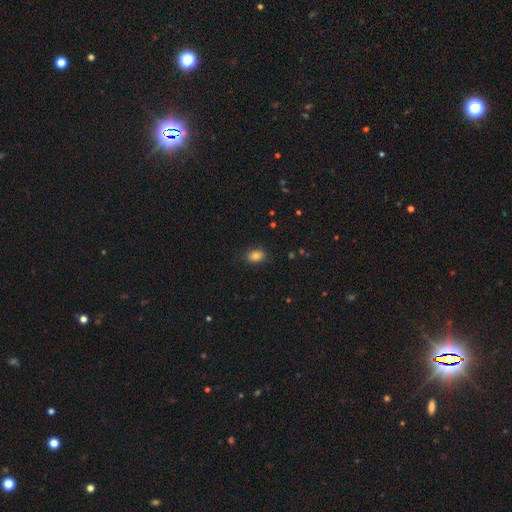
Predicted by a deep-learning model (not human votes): A smooth galaxy with no disk features (83%) that is in between round and cigar-shaped (76%).

Vote fractions:
- Smooth or featured? smooth: 83% / star or artifact: 11% / featured or disk: 6%
- How rounded? in between: 76% / round: 23% / cigar-shaped: 1%
- Merging? none: 84% / minor disturbance: 12% / major disturbance: 3% / merger: 1%